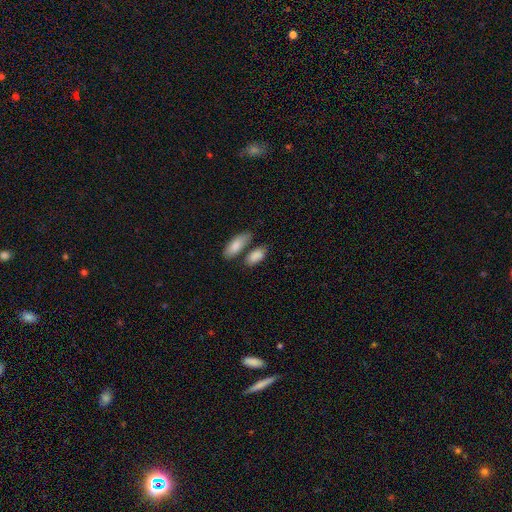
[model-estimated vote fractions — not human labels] This is clearly a smooth galaxy (86%). How rounded: clearly in between (87%). Merging: possibly none (55%).